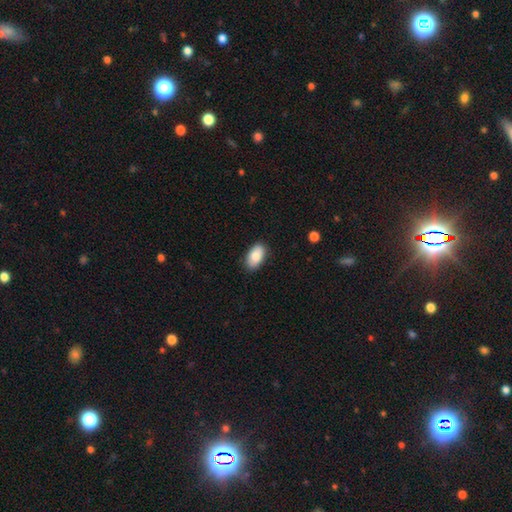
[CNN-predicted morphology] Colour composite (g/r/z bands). It shows a smooth galaxy with no disk features (85%) that is in between round and cigar-shaped (94%). Merging: none (86%).